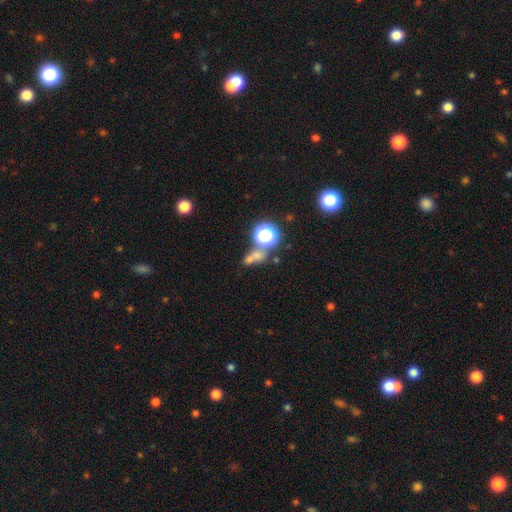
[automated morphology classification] Overall: smooth (56%; star or artifact 30%). How rounded: round (57%; in between 37%). Merging: merger (44%; none 37%).